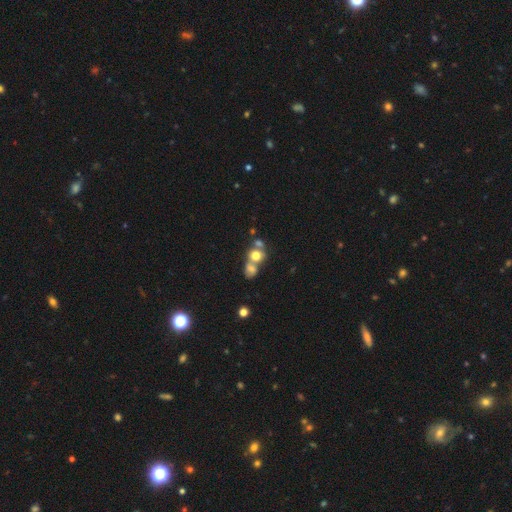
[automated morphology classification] The model was most divided on "how rounded": round: 66%, in between: 33%, cigar-shaped: 2%. More confident: smooth or featured — smooth (67%); merging — merger (63%).